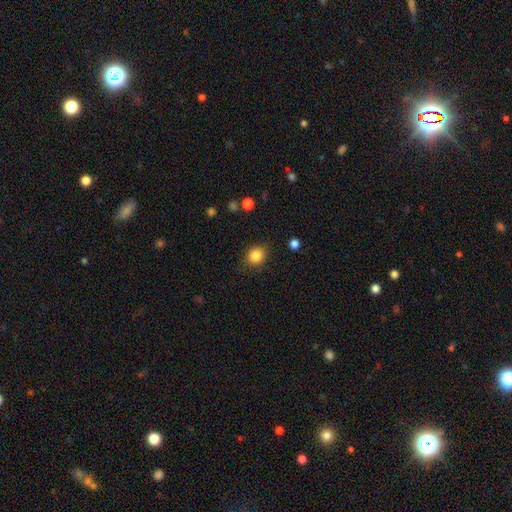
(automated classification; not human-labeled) Smooth or featured? Predicted: smooth (p=0.85). How rounded? Predicted: round (p=0.69). Merging? Predicted: none (p=0.84).